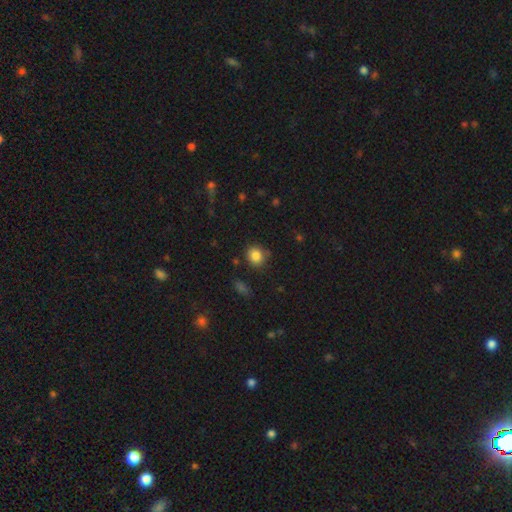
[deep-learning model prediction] smooth-or-featured: smooth: 85% | star or artifact: 10% | featured or disk: 5%
  how-rounded: round: 75% | in between: 24% | cigar-shaped: 1%
  merging: none: 78% | minor disturbance: 15% | major disturbance: 4% | merger: 3%